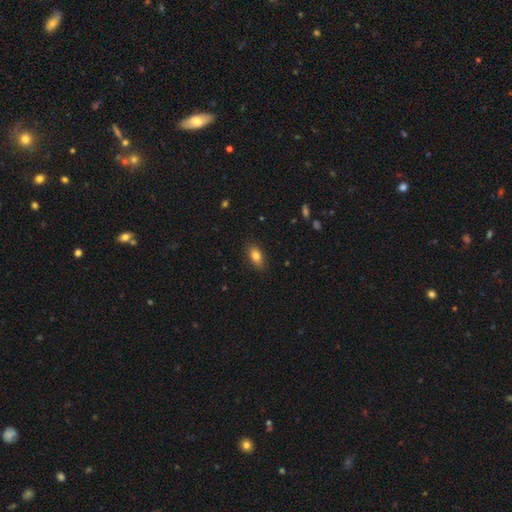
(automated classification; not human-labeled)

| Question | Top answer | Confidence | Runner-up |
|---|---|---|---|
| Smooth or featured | smooth | 81% | featured or disk (10%) |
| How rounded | in between | 86% | round (9%) |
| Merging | none | 86% | minor disturbance (11%) |